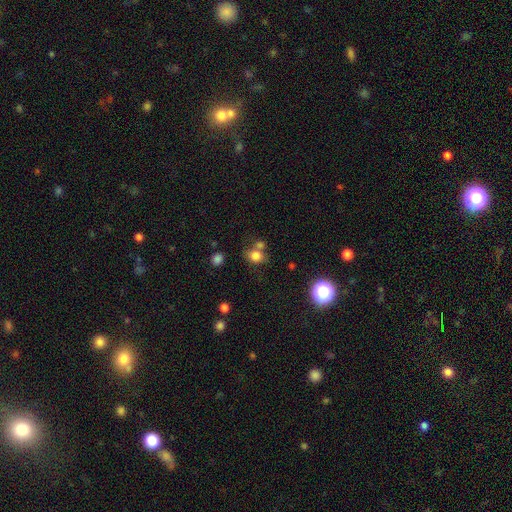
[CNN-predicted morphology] smooth-or-featured: smooth: 78% | star or artifact: 14% | featured or disk: 8%
  how-rounded: round: 53% | in between: 45% | cigar-shaped: 1%
  merging: none: 53% | merger: 27% | minor disturbance: 14% | major disturbance: 6%